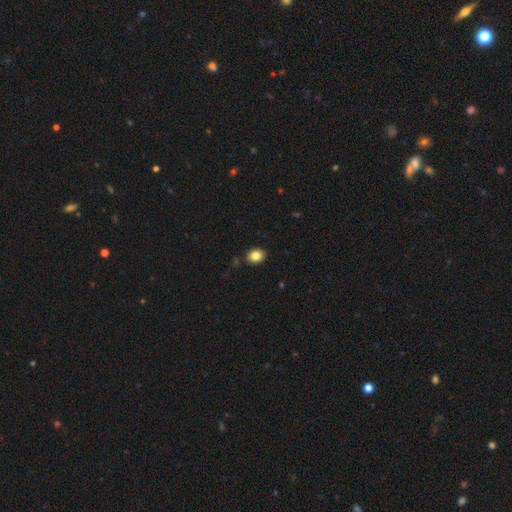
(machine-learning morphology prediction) Smooth or featured?
  - smooth: 84% *
  - star or artifact: 9%
  - featured or disk: 7%
How rounded?
  - in between: 53% *
  - round: 46%
  - cigar-shaped: 1%
Merging?
  - none: 88% *
  - minor disturbance: 9%
  - major disturbance: 2%
  - merger: 2%